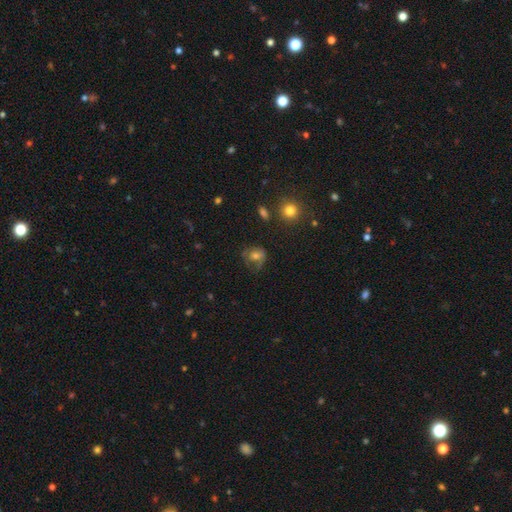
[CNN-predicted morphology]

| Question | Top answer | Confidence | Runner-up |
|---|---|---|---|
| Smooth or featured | smooth | 54% | featured or disk (30%) |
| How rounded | round | 55% | in between (44%) |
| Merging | none | 47% | minor disturbance (26%) |